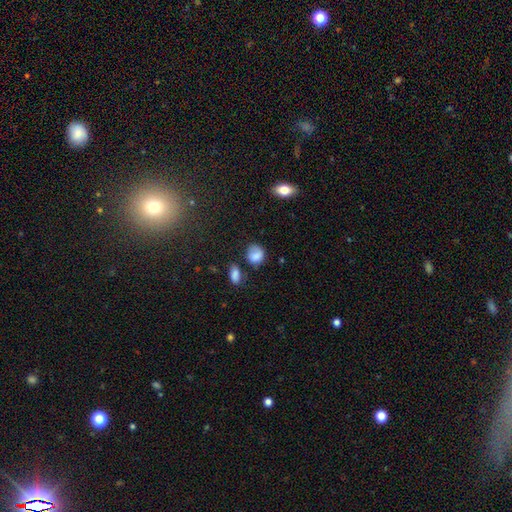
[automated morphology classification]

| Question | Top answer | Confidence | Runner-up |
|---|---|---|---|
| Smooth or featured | smooth | 82% | star or artifact (9%) |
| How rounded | round | 62% | in between (37%) |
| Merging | none | 55% | minor disturbance (28%) |